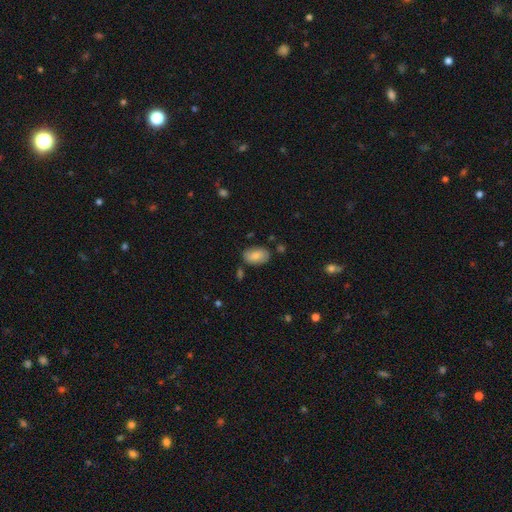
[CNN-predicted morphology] Smooth or featured?
  - smooth: 82% *
  - featured or disk: 11%
  - star or artifact: 7%
How rounded?
  - in between: 91% *
  - round: 8%
  - cigar-shaped: 1%
Merging?
  - none: 76% *
  - minor disturbance: 16%
  - merger: 4%
  - major disturbance: 3%